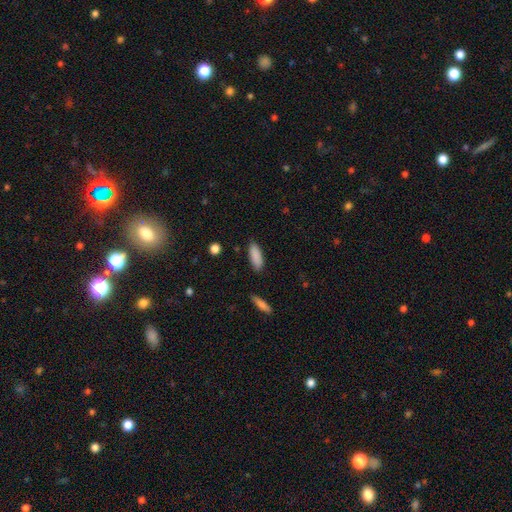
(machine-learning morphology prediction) This is clearly a smooth galaxy (88%). How rounded: likely in between (65%). Merging: clearly none (85%).